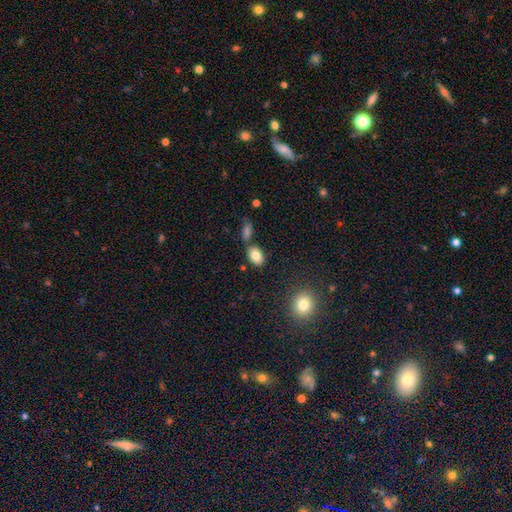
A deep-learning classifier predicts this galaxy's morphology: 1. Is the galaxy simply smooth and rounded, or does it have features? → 83% smooth, 9% featured or disk, 8% star or artifact.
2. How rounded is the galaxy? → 82% in between, 16% round, 1% cigar-shaped.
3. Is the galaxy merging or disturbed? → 75% none, 11% minor disturbance, 11% merger, 3% major disturbance.